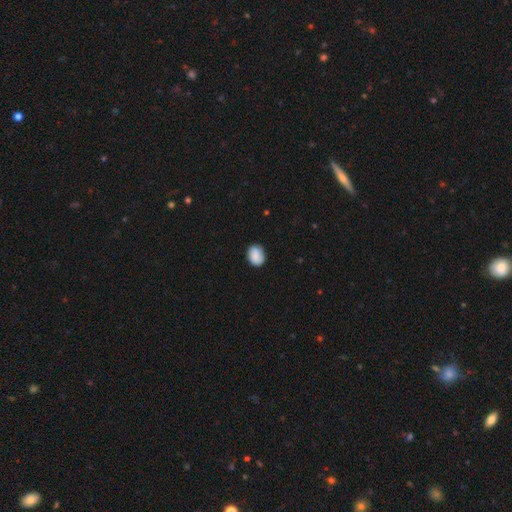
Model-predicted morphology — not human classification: Smooth or featured?
  - smooth: 85% *
  - featured or disk: 8%
  - star or artifact: 7%
How rounded?
  - in between: 62% *
  - round: 37%
  - cigar-shaped: 1%
Merging?
  - none: 81% *
  - minor disturbance: 15%
  - major disturbance: 3%
  - merger: 1%